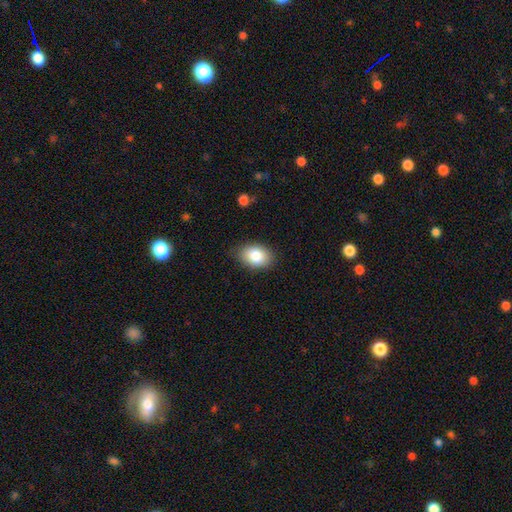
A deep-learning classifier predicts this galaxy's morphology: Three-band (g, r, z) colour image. It shows a smooth galaxy with no disk features (84%) that is in between round and cigar-shaped (80%). Merging: none (83%).